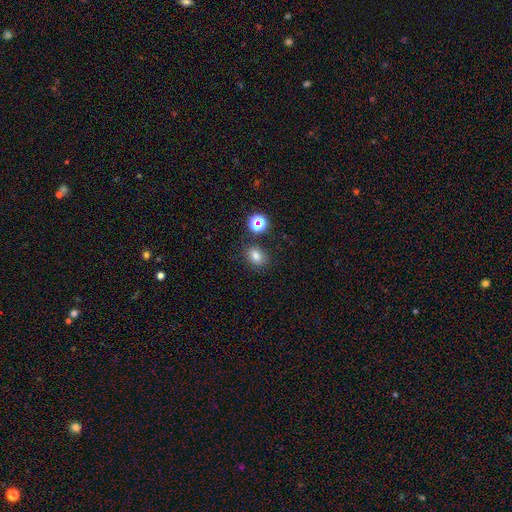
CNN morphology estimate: Smooth or featured? Predicted: smooth (p=0.76). How rounded? Predicted: in between (p=0.58). Merging? Predicted: none (p=0.79).